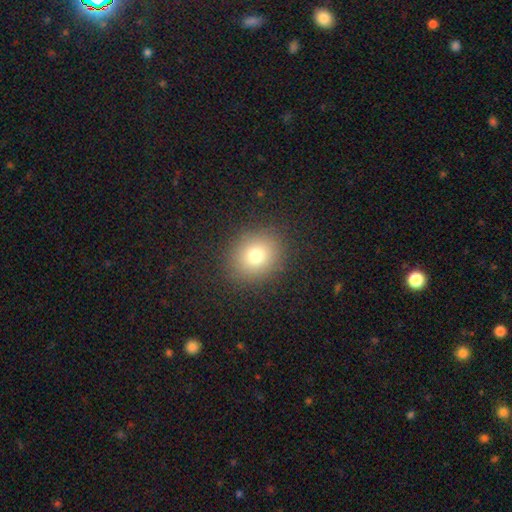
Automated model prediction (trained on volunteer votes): smooth 76%, star or artifact 14%, featured or disk 10%. Down the decision tree: how rounded — round (70%); merging — none (87%).